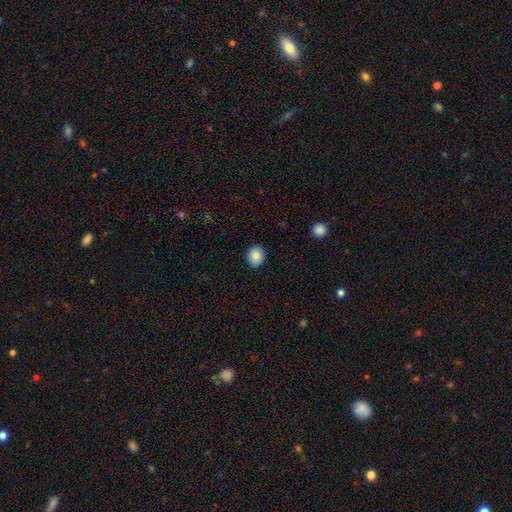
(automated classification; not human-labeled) A smooth galaxy with no disk features (81%) that is round (74%). Merging: none (89%).